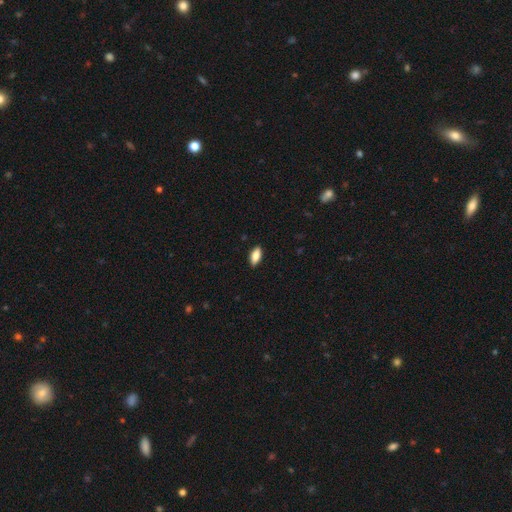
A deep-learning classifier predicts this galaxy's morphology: Smooth or featured? smooth (84%)
How rounded? in between (84%)
Merging? none (88%)